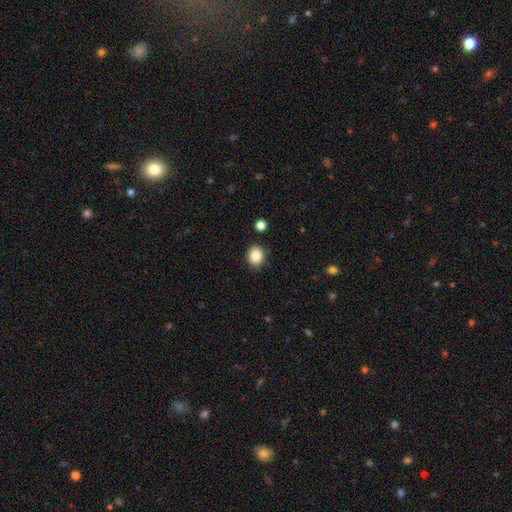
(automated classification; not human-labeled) Smooth or featured: smooth — 85% (star or artifact — 9%)
How rounded: round — 67% (in between — 33%)
Merging: none — 86% (minor disturbance — 9%)